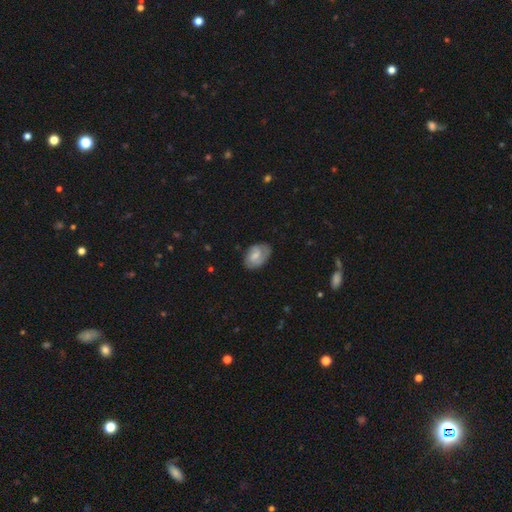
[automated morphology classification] smooth_or_featured: featured or disk (p=0.52) [alt: smooth p=0.41]
disk_edge_on: no (p=0.96) [alt: yes p=0.04]
bar: weak (p=0.47) [alt: no p=0.44]
has_spiral_arms: yes (p=0.83) [alt: no p=0.17]
bulge_size: small (p=0.40) [alt: moderate p=0.39]
merging: none (p=0.72) [alt: minor disturbance p=0.21]